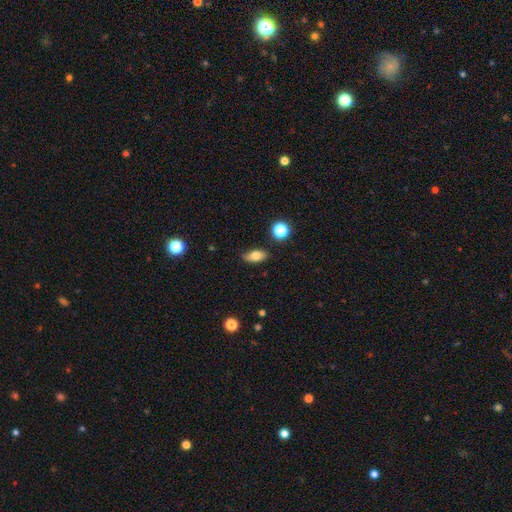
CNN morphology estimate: Smooth or featured? Predicted: smooth (p=0.76). How rounded? Predicted: in between (p=0.85). Merging? Predicted: none (p=0.78).